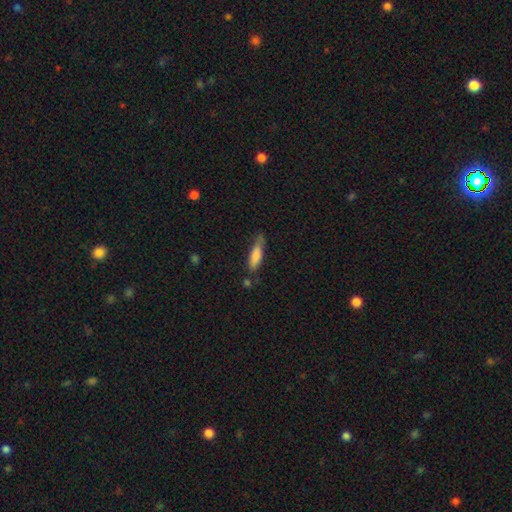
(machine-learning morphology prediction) smooth_or_featured: smooth (p=0.78) [alt: featured or disk p=0.15]
how_rounded: cigar-shaped (p=0.64) [alt: in between p=0.34]
merging: none (p=0.58) [alt: minor disturbance p=0.30]